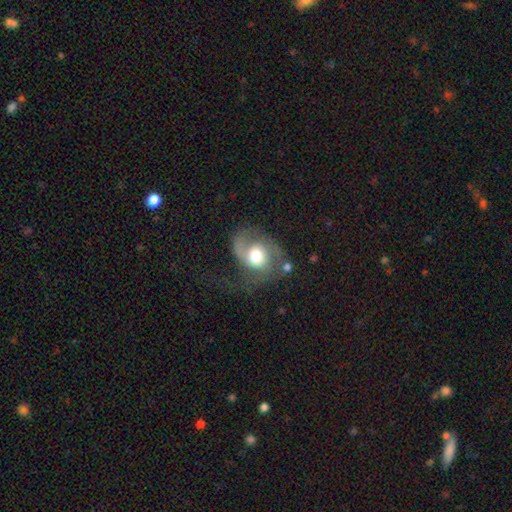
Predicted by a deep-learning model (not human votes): smooth-or-featured: featured or disk: 73% | smooth: 21% | star or artifact: 7%
  disk-edge-on: no: 97% | yes: 3%
    bar: no: 66% | weak: 28% | strong: 5%
    has-spiral-arms: yes: 91% | no: 9%
      spiral-winding: medium: 46% | loose: 33% | tight: 21%
      spiral-arm-count: 2: 65% | 1: 21% | can't tell: 8% | 3: 3% | 4: 1% | more than 4: 1%
    bulge-size: moderate: 54% | large: 34% | small: 6% | dominant: 5% | none: 1%
  merging: none: 43% | major disturbance: 30% | minor disturbance: 22% | merger: 5%